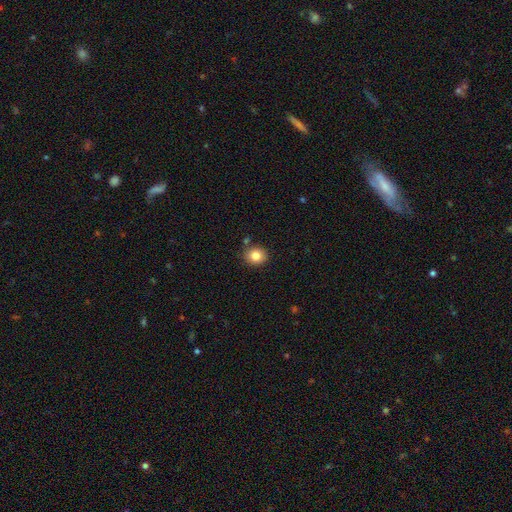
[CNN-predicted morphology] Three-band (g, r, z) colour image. It shows a smooth galaxy with no disk features (83%) that is round (75%). Merging: none (84%).